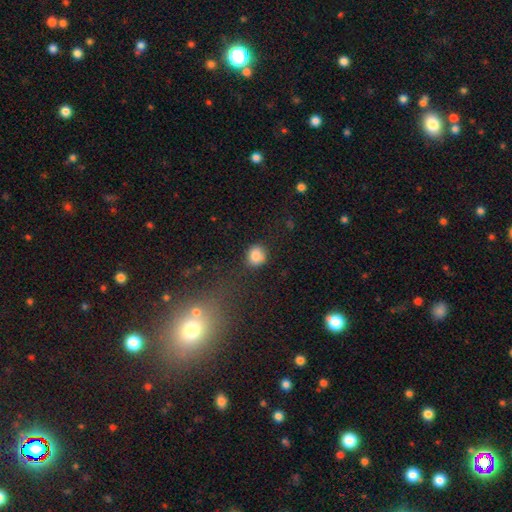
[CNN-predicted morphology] Q: Smooth or featured?
A: smooth (84%); runner-up: star or artifact (10%)
Q: How rounded?
A: round (77%); runner-up: in between (21%)
Q: Merging?
A: none (79%); runner-up: minor disturbance (14%)